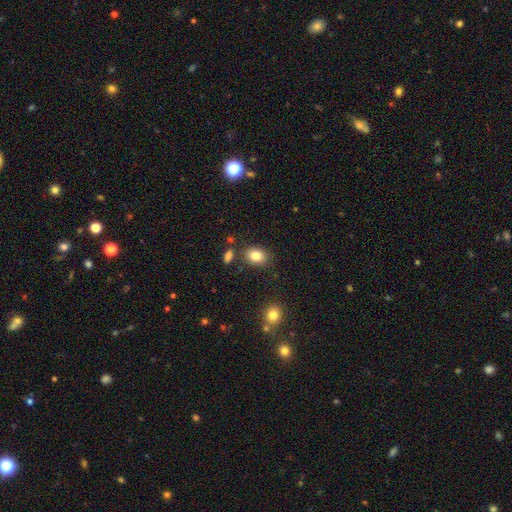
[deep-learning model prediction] This appears to be a smooth galaxy with no disk features (84%) that is in between round and cigar-shaped (69%). Merging: none (80%).